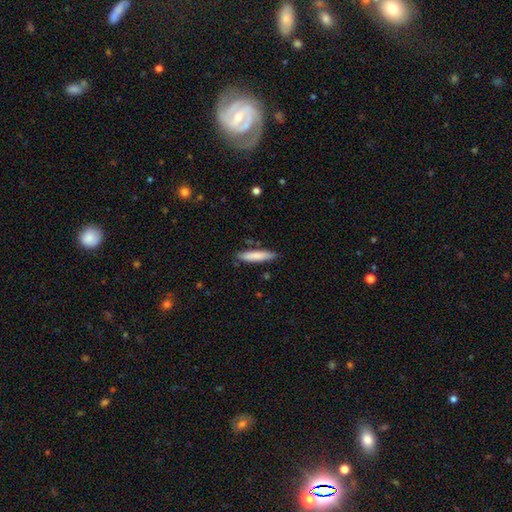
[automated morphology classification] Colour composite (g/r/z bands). It shows a smooth galaxy with no disk features (81%) that is cigar-shaped (82%). Merging: none (83%).